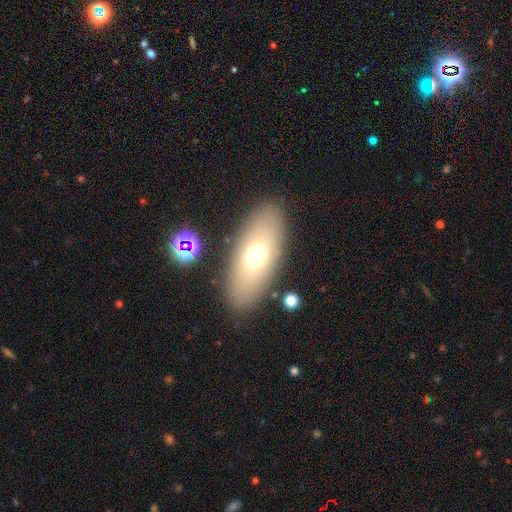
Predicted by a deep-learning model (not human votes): Q: Smooth or featured?
A: smooth (67%); runner-up: featured or disk (23%)
Q: How rounded?
A: in between (86%); runner-up: cigar-shaped (10%)
Q: Merging?
A: none (85%); runner-up: minor disturbance (8%)